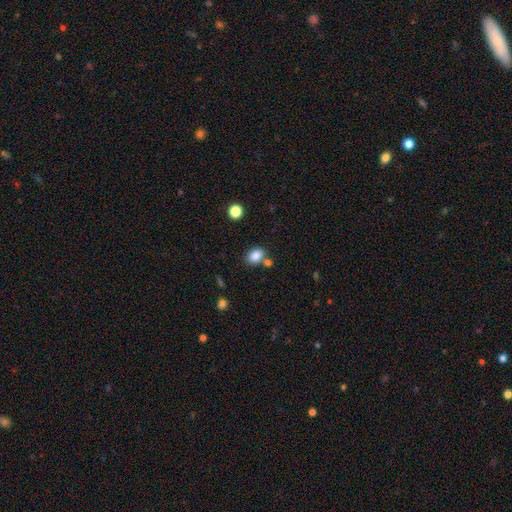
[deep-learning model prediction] Morphology: type=smooth (85%); roundness=in between (65%); merging=none (68%).